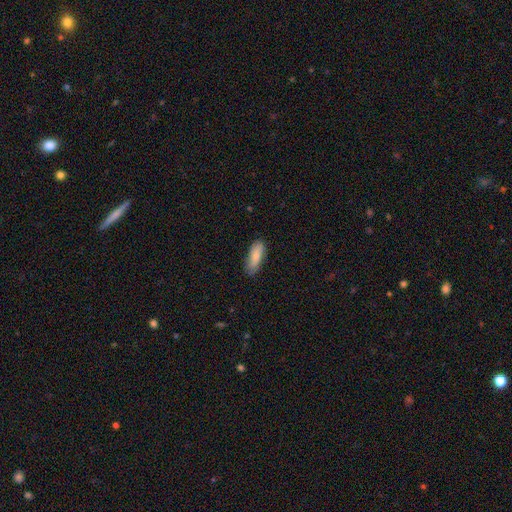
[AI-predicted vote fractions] smooth-or-featured: smooth: 78% | featured or disk: 16% | star or artifact: 6%
  how-rounded: in between: 71% | cigar-shaped: 27% | round: 2%
  merging: none: 72% | minor disturbance: 23% | major disturbance: 4% | merger: 1%